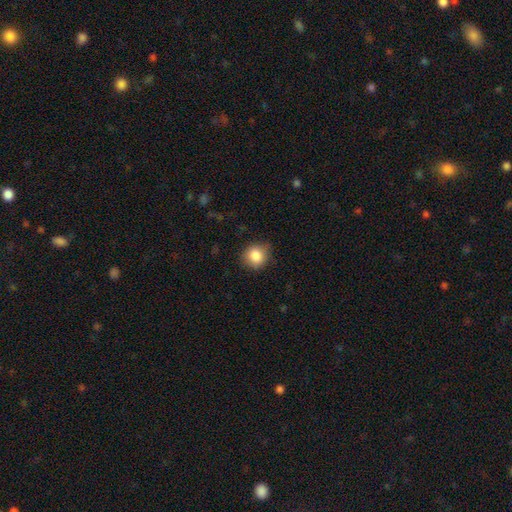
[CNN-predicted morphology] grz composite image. It shows a smooth galaxy with no disk features (85%) that is round (83%). Merging: none (80%).